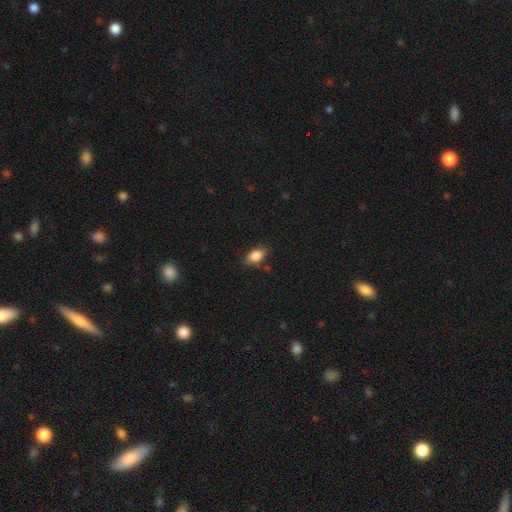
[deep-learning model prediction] A smooth galaxy with no disk features (85%) that is in between round and cigar-shaped (85%).

Vote fractions:
- Smooth or featured? smooth: 85% / star or artifact: 8% / featured or disk: 7%
- How rounded? in between: 85% / round: 12% / cigar-shaped: 3%
- Merging? none: 74% / minor disturbance: 19% / major disturbance: 4% / merger: 3%